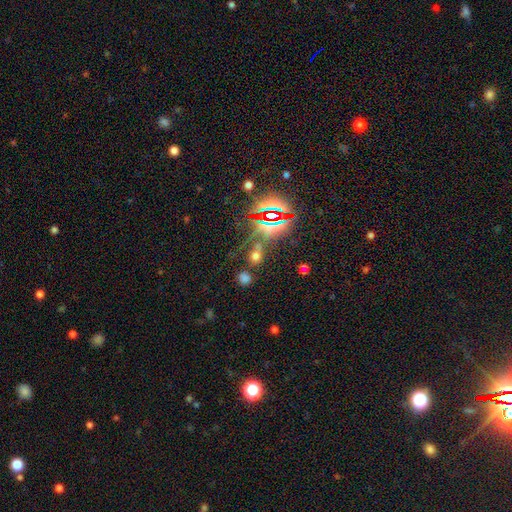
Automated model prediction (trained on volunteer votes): smooth_or_featured: smooth (p=0.48) [alt: star or artifact p=0.43]
merging: none (p=0.65) [alt: merger p=0.17]